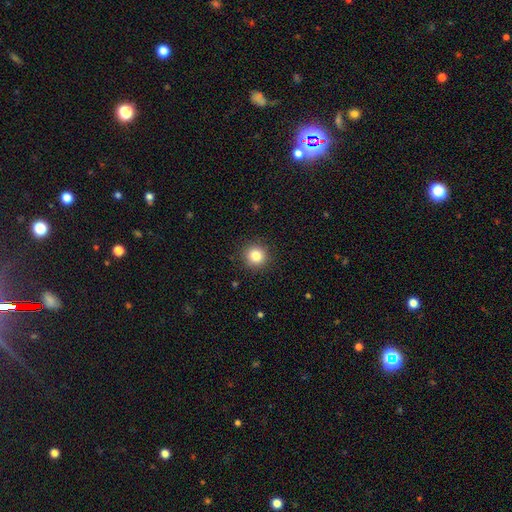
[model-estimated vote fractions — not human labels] Q: Smooth or featured?
A: smooth (83%); runner-up: star or artifact (11%)
Q: How rounded?
A: round (94%); runner-up: in between (5%)
Q: Merging?
A: none (91%); runner-up: minor disturbance (6%)